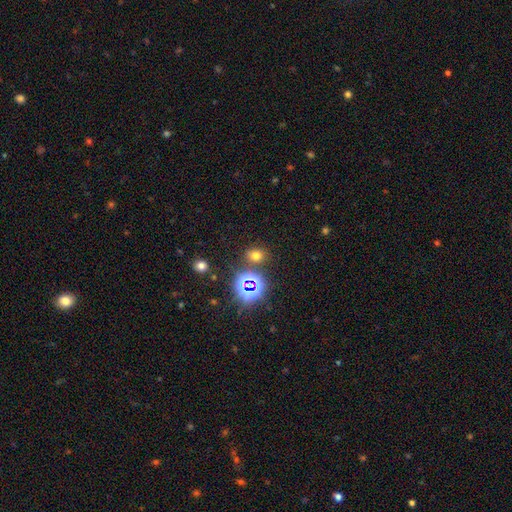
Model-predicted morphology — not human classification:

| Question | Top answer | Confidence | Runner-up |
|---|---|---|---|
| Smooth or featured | smooth | 61% | star or artifact (32%) |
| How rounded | round | 52% | in between (46%) |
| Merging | none | 82% | minor disturbance (9%) |